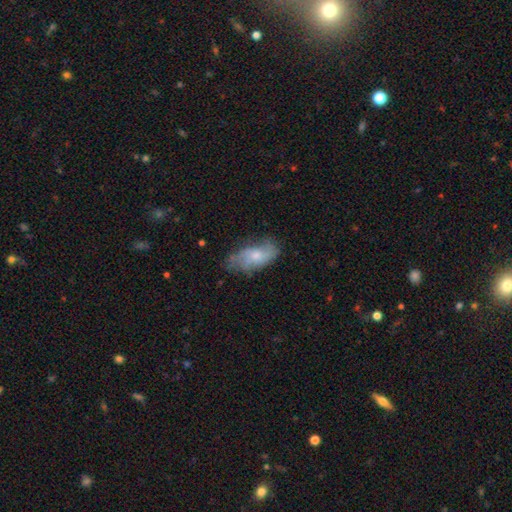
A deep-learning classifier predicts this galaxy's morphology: A smooth galaxy with no disk features (51%) that is in between round and cigar-shaped (87%). Merging: none (55%).